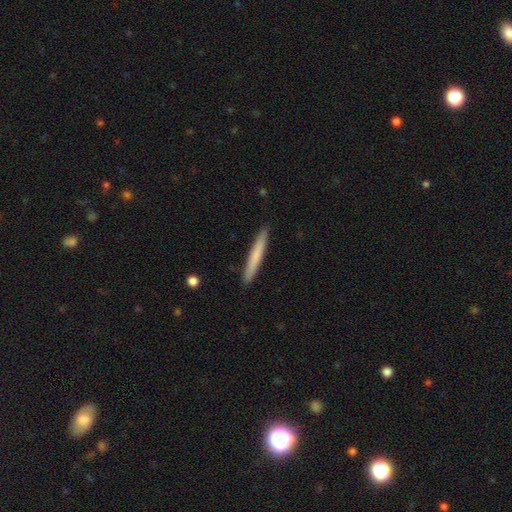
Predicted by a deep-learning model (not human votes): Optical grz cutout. It shows a smooth galaxy with no disk features (71%) that is cigar-shaped (96%). Merging: none (91%).